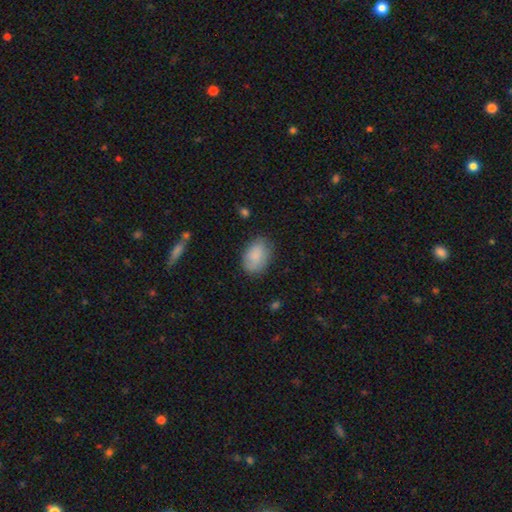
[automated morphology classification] This appears to be a smooth galaxy with no disk features (85%) that is in between round and cigar-shaped (87%). Merging: none (75%).